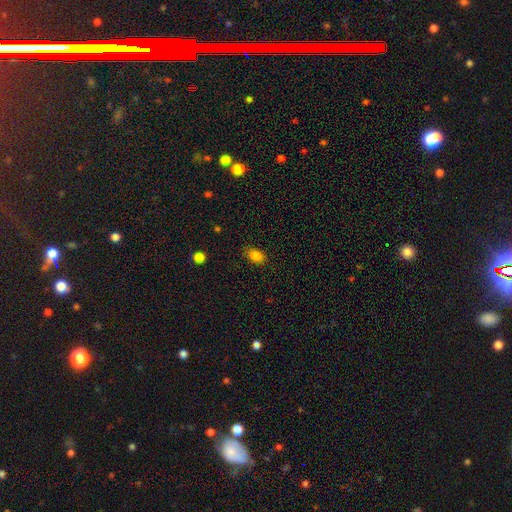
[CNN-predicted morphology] smooth-or-featured: smooth: 84% | star or artifact: 11% | featured or disk: 4%
  how-rounded: in between: 83% | round: 15% | cigar-shaped: 2%
  merging: none: 80% | minor disturbance: 16% | major disturbance: 3% | merger: 1%